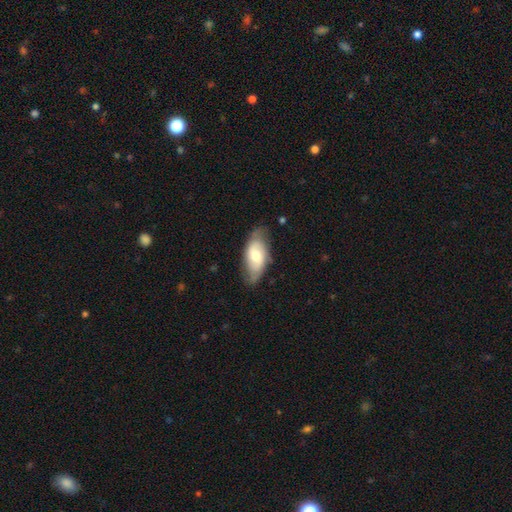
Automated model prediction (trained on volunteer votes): Smooth or featured: smooth — 53% (featured or disk — 41%)
How rounded: in between — 90% (cigar-shaped — 7%)
Merging: none — 64% (minor disturbance — 27%)